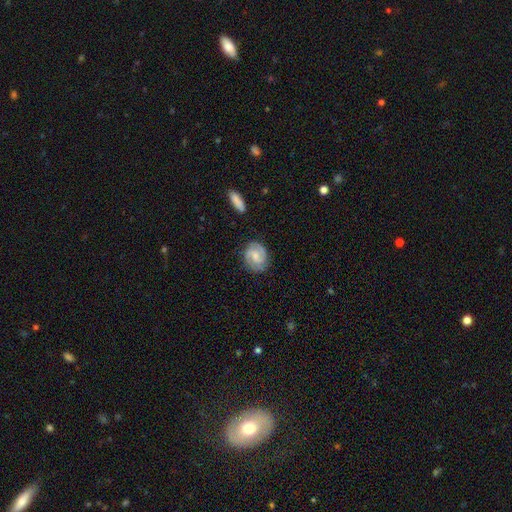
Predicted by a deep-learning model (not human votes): smooth-or-featured: featured or disk: 77% | smooth: 17% | star or artifact: 6%
  disk-edge-on: no: 98% | yes: 2%
    bar: weak: 49% | no: 41% | strong: 10%
    has-spiral-arms: yes: 96% | no: 4%
      spiral-winding: tight: 47% | medium: 43% | loose: 10%
      spiral-arm-count: 2: 82% | can't tell: 7% | 3: 7% | 1: 2% | 4: 1% | more than 4: 1%
    bulge-size: small: 43% | moderate: 41% | none: 11% | large: 3% | dominant: 1%
  merging: none: 81% | minor disturbance: 13% | major disturbance: 4% | merger: 2%